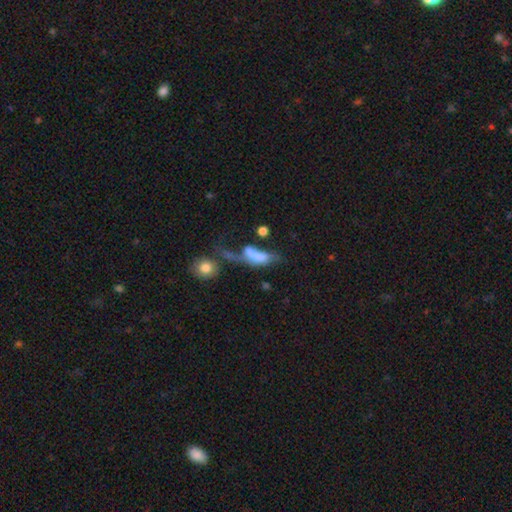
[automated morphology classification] Smooth or featured?
  - smooth: 54% *
  - featured or disk: 34%
  - star or artifact: 11%
How rounded?
  - in between: 67% *
  - cigar-shaped: 27%
  - round: 6%
Merging?
  - merger: 37% *
  - major disturbance: 36%
  - none: 15%
  - minor disturbance: 13%